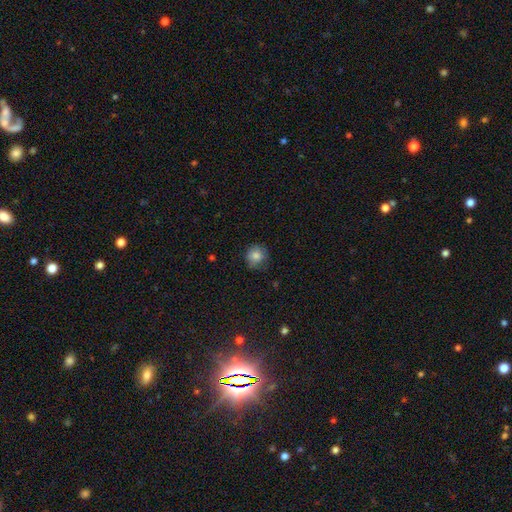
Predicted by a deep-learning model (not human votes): Smooth or featured? smooth (82%)
How rounded? round (88%)
Merging? none (77%)